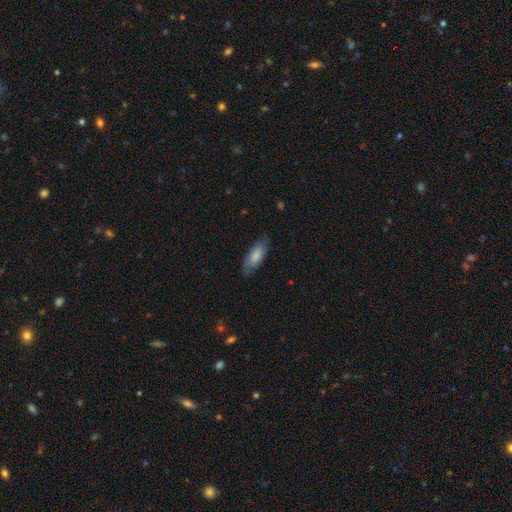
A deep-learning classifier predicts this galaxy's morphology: Overall: smooth (78%). How rounded: in between (71%). Merging: none (75%).